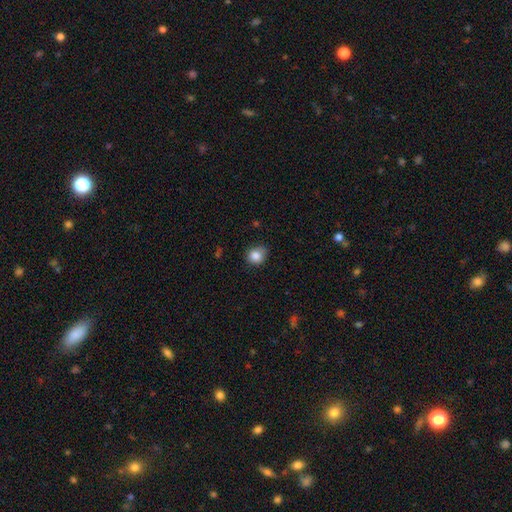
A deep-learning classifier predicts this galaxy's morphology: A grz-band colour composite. It shows a smooth galaxy with no disk features (85%) that is round (72%). Merging: none (74%).